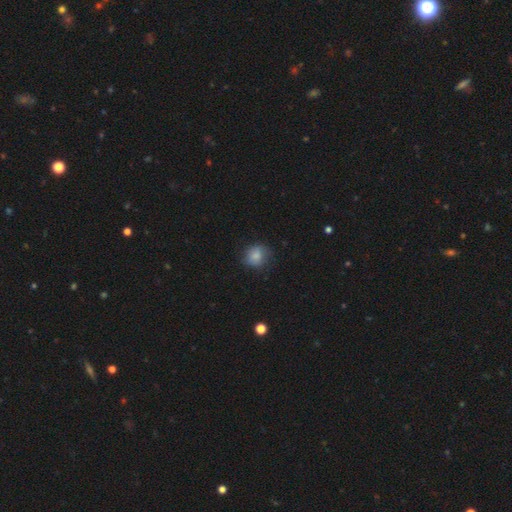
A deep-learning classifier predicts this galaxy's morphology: Smooth or featured? Predicted: smooth (p=0.81). How rounded? Predicted: round (p=0.75). Merging? Predicted: none (p=0.69).